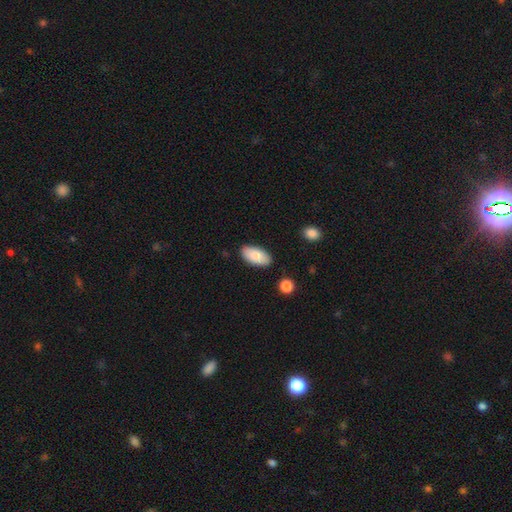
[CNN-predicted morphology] smooth_or_featured: smooth (p=0.86) [alt: featured or disk p=0.08]
how_rounded: in between (p=0.94) [alt: cigar-shaped p=0.04]
merging: none (p=0.86) [alt: minor disturbance p=0.10]